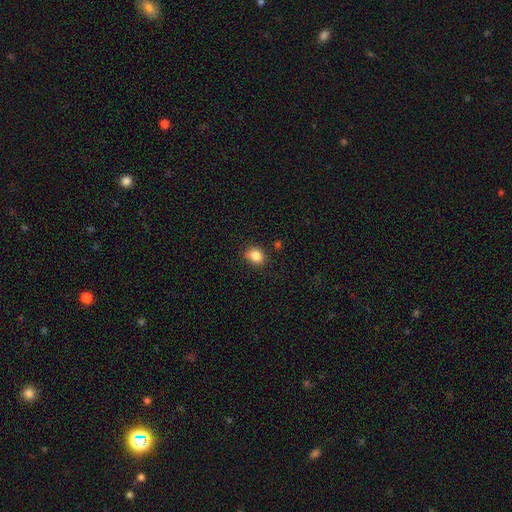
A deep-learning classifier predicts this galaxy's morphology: Smooth or featured?
  - smooth: 85% *
  - star or artifact: 10%
  - featured or disk: 5%
How rounded?
  - in between: 56% *
  - round: 43%
  - cigar-shaped: 1%
Merging?
  - none: 82% *
  - minor disturbance: 13%
  - major disturbance: 3%
  - merger: 2%